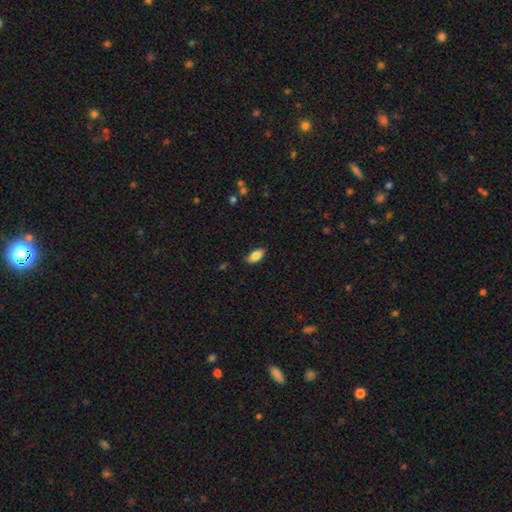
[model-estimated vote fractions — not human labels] smooth-or-featured: smooth: 83% | featured or disk: 10% | star or artifact: 7%
  how-rounded: in between: 89% | cigar-shaped: 8% | round: 3%
  merging: none: 84% | minor disturbance: 13% | major disturbance: 2% | merger: 1%